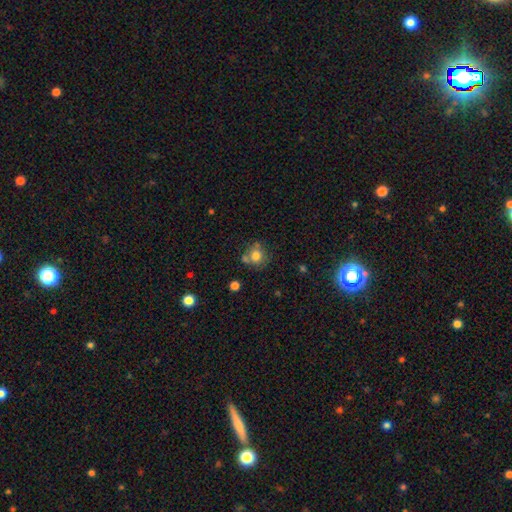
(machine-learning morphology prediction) A smooth galaxy with no disk features (75%) that is round (80%). Merging: none (56%).